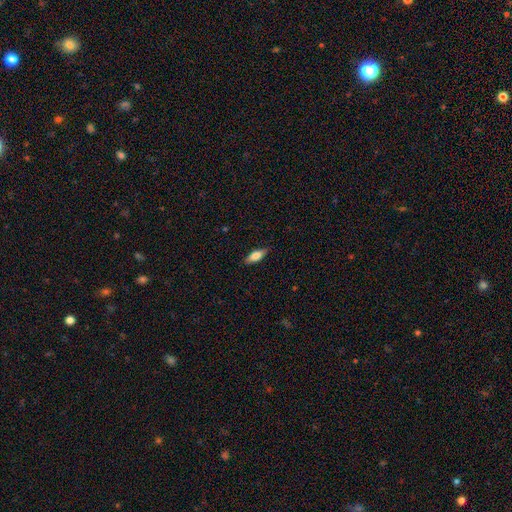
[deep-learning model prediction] smooth 70%, featured or disk 23%, star or artifact 7%. Down the decision tree: how rounded — in between (66%); merging — none (85%).